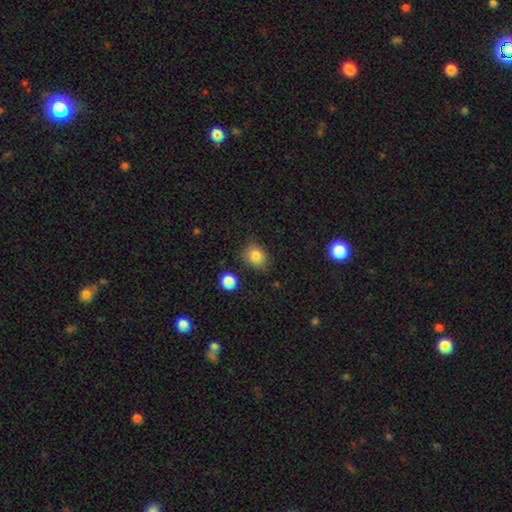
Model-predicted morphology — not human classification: The model was most divided on "how rounded": round: 50%, in between: 49%, cigar-shaped: 1%. More confident: smooth or featured — smooth (83%); merging — none (75%).